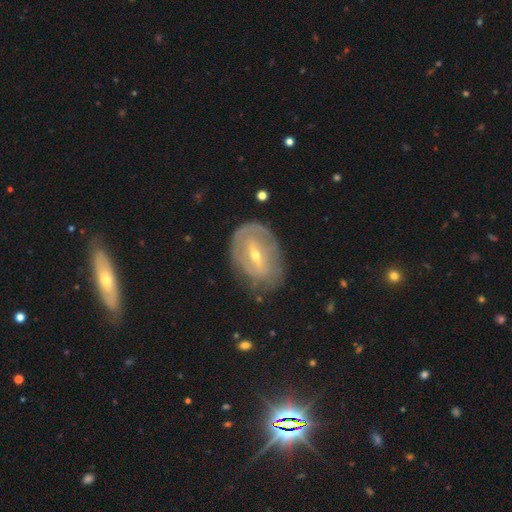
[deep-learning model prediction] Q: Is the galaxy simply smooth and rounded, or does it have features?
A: featured or disk — 76%.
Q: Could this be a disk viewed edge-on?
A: no — 92%.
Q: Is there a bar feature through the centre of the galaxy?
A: weak — 42%, tied with strong.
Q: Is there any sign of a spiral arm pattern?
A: yes — 68%.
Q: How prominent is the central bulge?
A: small — 58%.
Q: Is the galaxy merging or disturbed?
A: none — 68%.